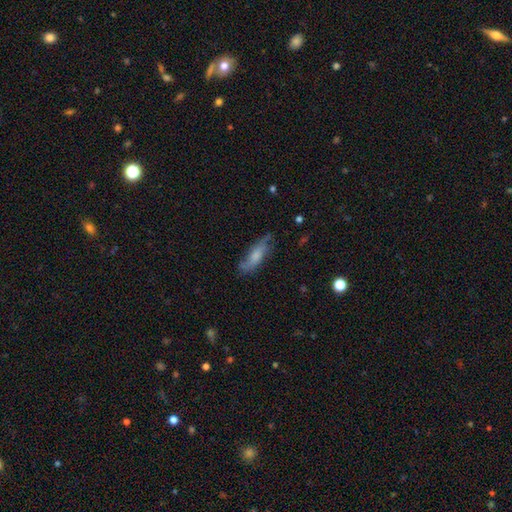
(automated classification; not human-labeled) This appears to be a smooth galaxy with no disk features (49%). Merging: none (63%).